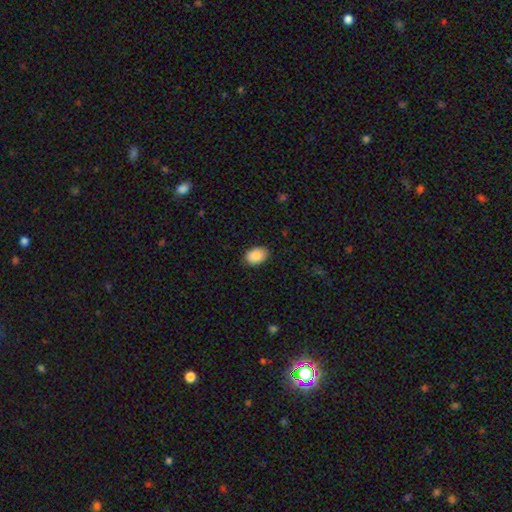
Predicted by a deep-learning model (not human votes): Morphology: type=smooth (89%); roundness=in between (87%); merging=none (86%).